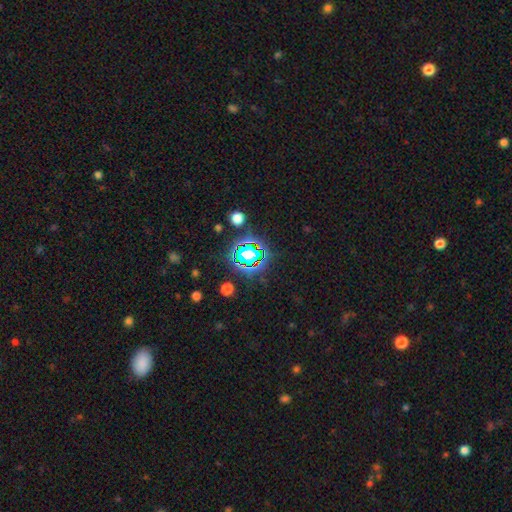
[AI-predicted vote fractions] A star or artifact, not a galaxy (79%).

Vote fractions:
- Smooth or featured? star or artifact: 79% / smooth: 13% / featured or disk: 8%